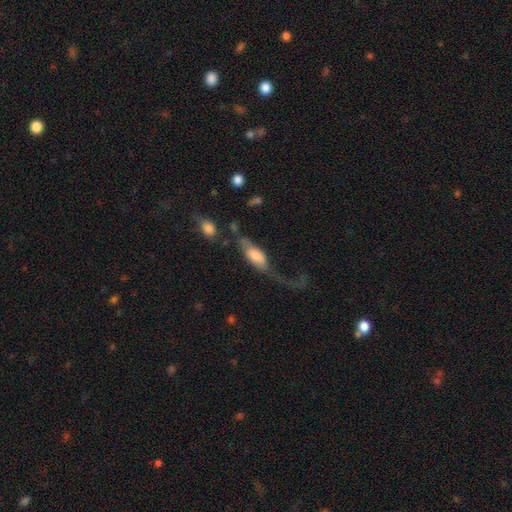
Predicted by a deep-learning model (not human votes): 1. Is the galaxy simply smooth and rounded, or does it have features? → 53% smooth, 41% featured or disk, 7% star or artifact.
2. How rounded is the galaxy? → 75% in between, 20% cigar-shaped, 4% round.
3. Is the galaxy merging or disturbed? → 52% major disturbance, 22% none, 17% minor disturbance, 10% merger.